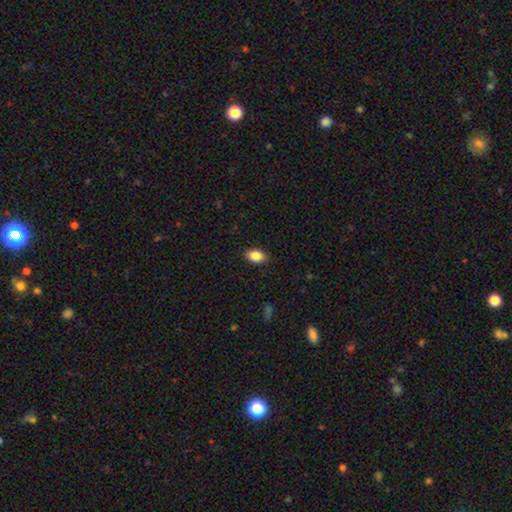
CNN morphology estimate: type=smooth (88%); roundness=in between (88%); merging=none (89%).